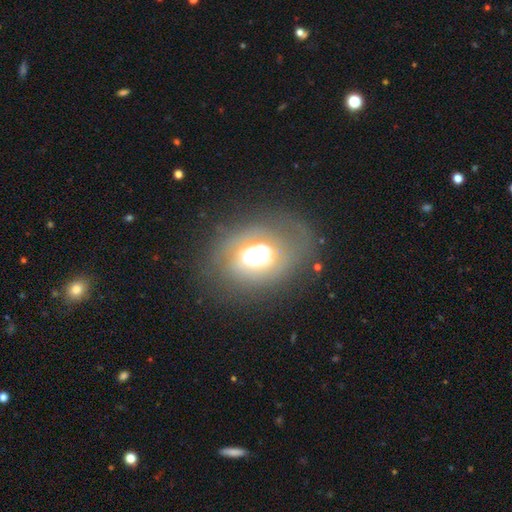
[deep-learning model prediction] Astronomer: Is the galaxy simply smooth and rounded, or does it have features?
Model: featured or disk — 43% (runner-up: smooth, 40%).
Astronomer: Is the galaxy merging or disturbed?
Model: none — 60%.